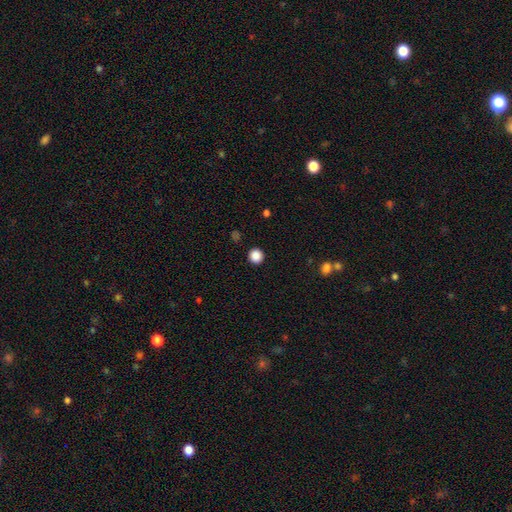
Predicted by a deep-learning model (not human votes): Smooth or featured?
  - smooth: 88% *
  - star or artifact: 10%
  - featured or disk: 2%
How rounded?
  - round: 92% *
  - in between: 7%
  - cigar-shaped: 1%
Merging?
  - none: 93% *
  - minor disturbance: 5%
  - major disturbance: 2%
  - merger: 1%